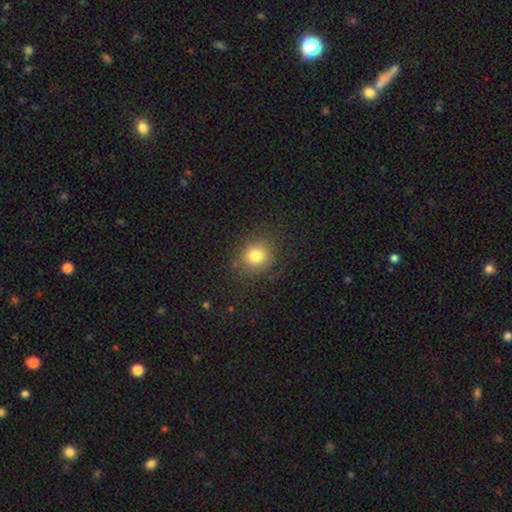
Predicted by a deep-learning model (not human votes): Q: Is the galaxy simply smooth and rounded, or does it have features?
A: smooth — 80%.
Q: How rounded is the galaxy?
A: round — 80%.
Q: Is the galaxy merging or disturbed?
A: none — 83%.